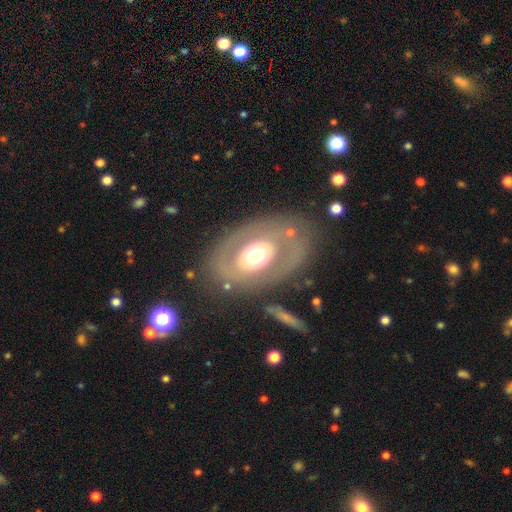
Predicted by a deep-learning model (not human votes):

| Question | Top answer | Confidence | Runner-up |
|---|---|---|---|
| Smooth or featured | featured or disk | 55% | smooth (38%) |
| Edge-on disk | no | 92% | yes (8%) |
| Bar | no | 85% | weak (10%) |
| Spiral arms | no | 84% | yes (16%) |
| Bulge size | moderate | 44% | large (41%) |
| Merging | none | 74% | minor disturbance (13%) |